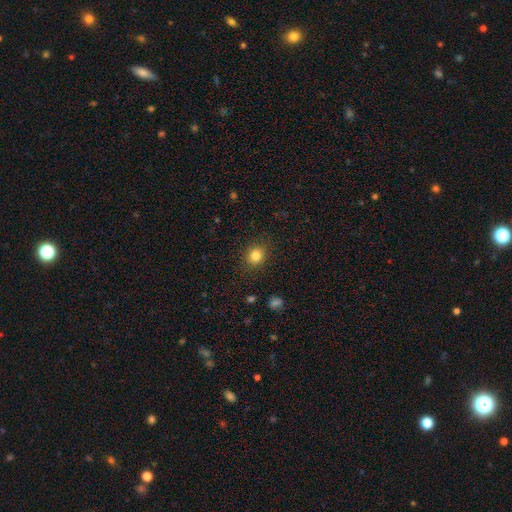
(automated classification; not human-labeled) Morphology: type=smooth (83%); roundness=round (78%); merging=none (88%).